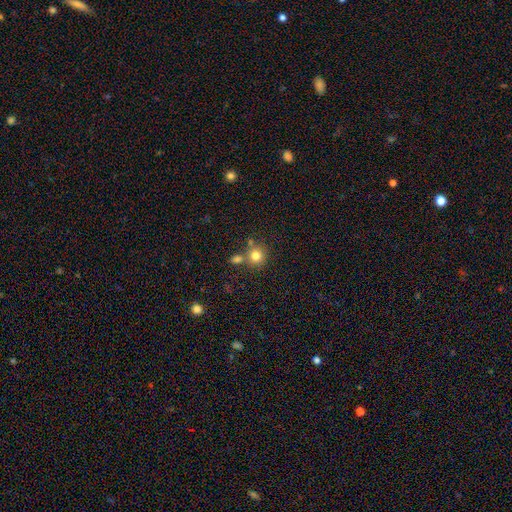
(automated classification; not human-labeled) A smooth galaxy with no disk features (80%) that is round (87%).

Vote fractions:
- Smooth or featured? smooth: 80% / star or artifact: 12% / featured or disk: 8%
- How rounded? round: 87% / in between: 12% / cigar-shaped: 1%
- Merging? none: 62% / merger: 25% / minor disturbance: 10% / major disturbance: 4%